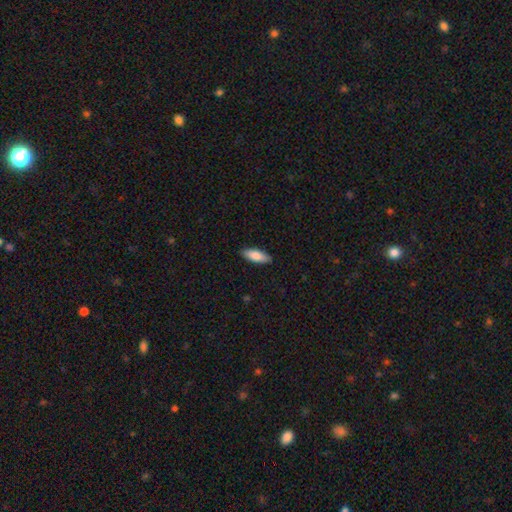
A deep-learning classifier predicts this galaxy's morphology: Q: Smooth or featured?
A: smooth (83%); runner-up: featured or disk (12%)
Q: How rounded?
A: in between (70%); runner-up: cigar-shaped (29%)
Q: Merging?
A: none (89%); runner-up: minor disturbance (8%)